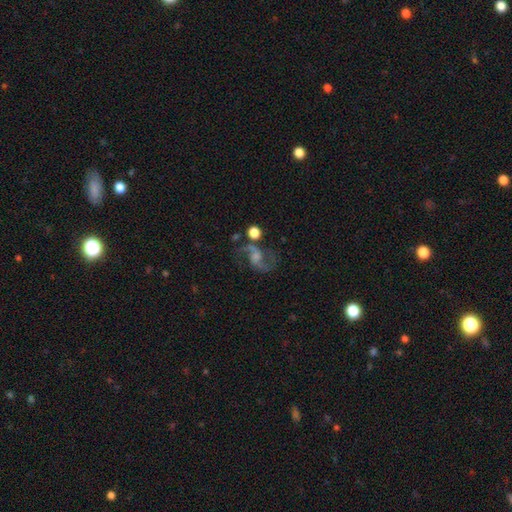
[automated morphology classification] Overall: featured or disk (81%). Edge-on disk: no (97%). Bar: weak (45%; no 42%). Spiral arms: yes (95%). Spiral arm count: 2 (91%). Spiral winding: loose (59%; medium 35%). Bulge size: small (39%; moderate 36%). Merging: none (65%).